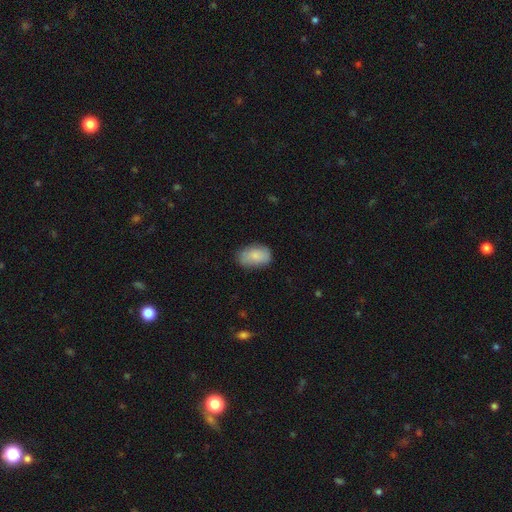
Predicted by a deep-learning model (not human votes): Smooth or featured: smooth — 83% (featured or disk — 10%)
How rounded: in between — 90% (round — 9%)
Merging: none — 71% (minor disturbance — 23%)